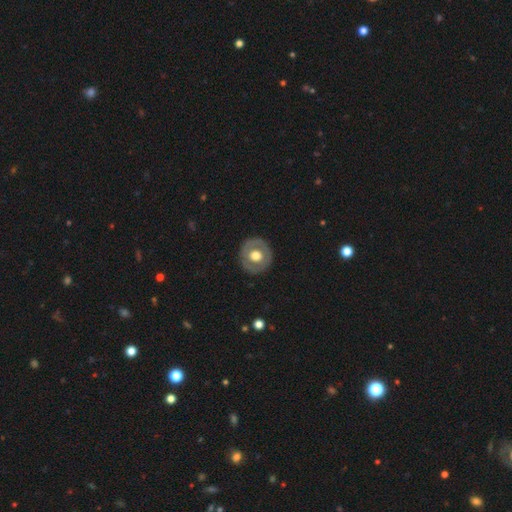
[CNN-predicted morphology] A featured or disk galaxy (48%). Merging: none (87%).